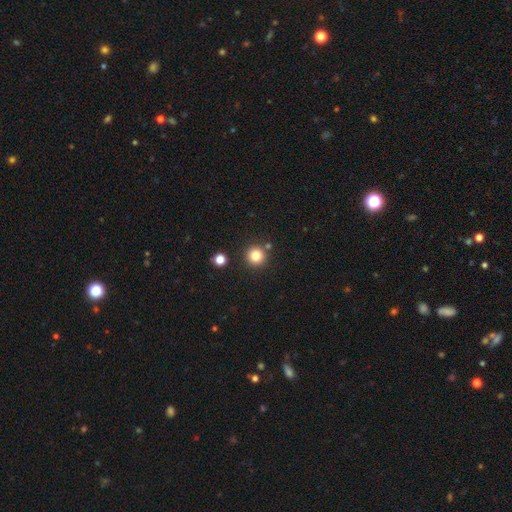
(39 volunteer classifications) Morphology: type=smooth (95%); roundness=round (100%); merging=none (84%).